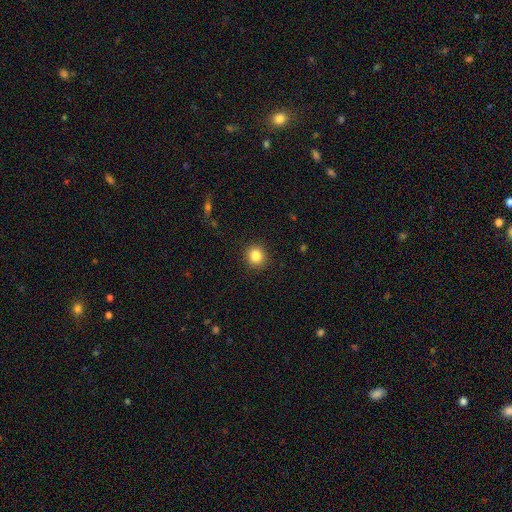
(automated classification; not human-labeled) A smooth galaxy with no disk features (84%) that is round (90%). Merging: none (91%).